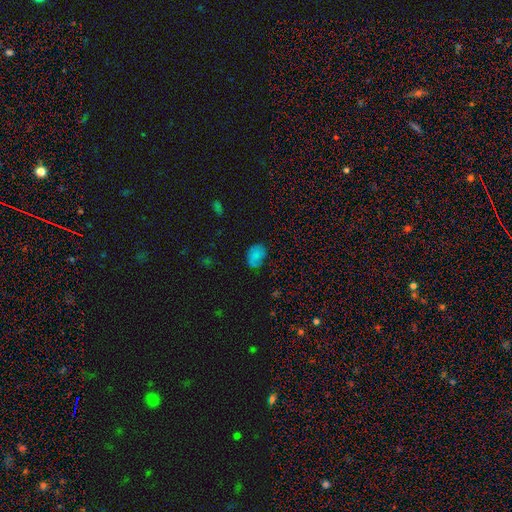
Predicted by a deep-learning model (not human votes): smooth-or-featured: smooth: 62% | star or artifact: 25% | featured or disk: 12%
  how-rounded: in between: 71% | round: 28% | cigar-shaped: 1%
  merging: none: 69% | minor disturbance: 21% | major disturbance: 7% | merger: 2%